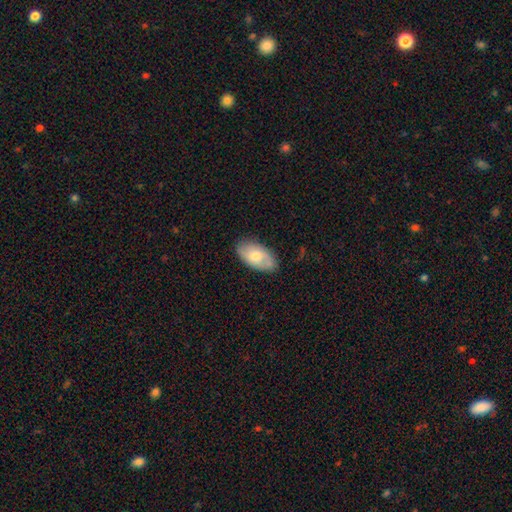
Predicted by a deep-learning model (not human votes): smooth 62%, featured or disk 32%, star or artifact 6%. Down the decision tree: how rounded — in between (94%); merging — none (79%).